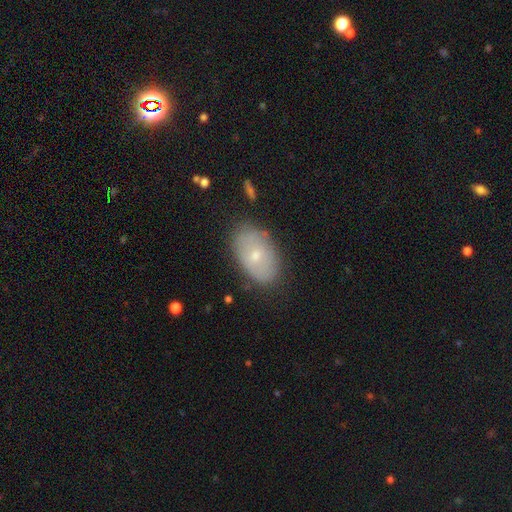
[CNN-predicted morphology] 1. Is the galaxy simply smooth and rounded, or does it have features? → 61% smooth, 31% featured or disk, 8% star or artifact.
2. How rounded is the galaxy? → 90% in between, 9% round, 1% cigar-shaped.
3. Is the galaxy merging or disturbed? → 80% none, 15% minor disturbance, 4% major disturbance, 2% merger.